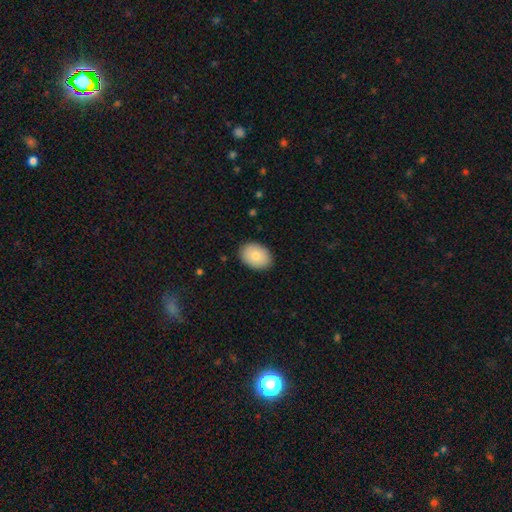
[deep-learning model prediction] A smooth galaxy with no disk features (83%) that is in between round and cigar-shaped (78%).

Vote fractions:
- Smooth or featured? smooth: 83% / featured or disk: 11% / star or artifact: 7%
- How rounded? in between: 78% / round: 21% / cigar-shaped: 1%
- Merging? none: 88% / minor disturbance: 9% / major disturbance: 2% / merger: 1%